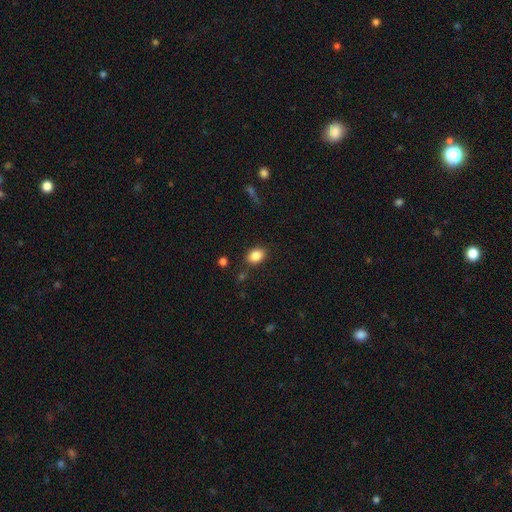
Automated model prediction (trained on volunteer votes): smooth_or_featured: smooth (p=0.86) [alt: star or artifact p=0.09]
how_rounded: in between (p=0.73) [alt: round p=0.26]
merging: none (p=0.83) [alt: minor disturbance p=0.11]